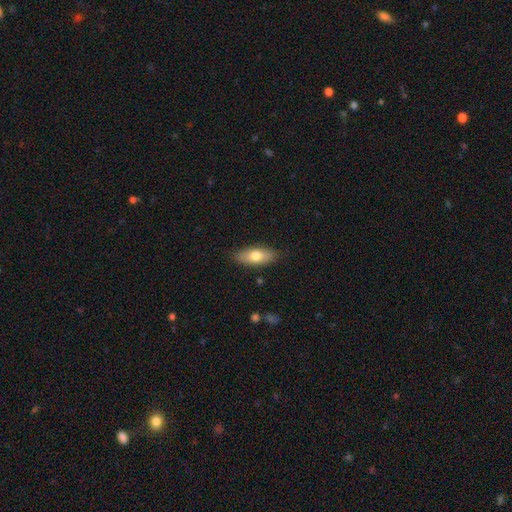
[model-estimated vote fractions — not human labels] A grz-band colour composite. It shows a smooth galaxy with no disk features (70%) that is in between round and cigar-shaped (76%). Merging: none (86%).